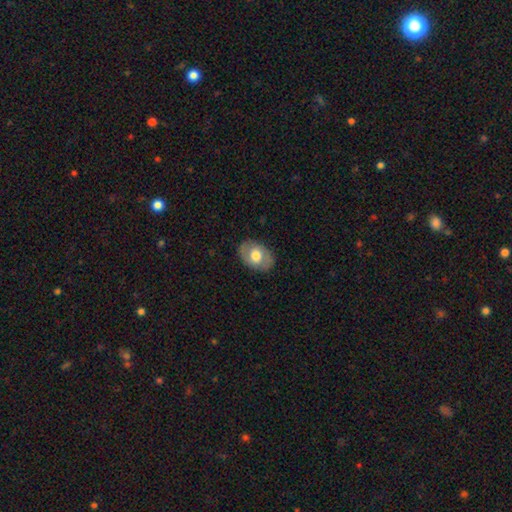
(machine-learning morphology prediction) Smooth or featured? smooth (61%)
How rounded? in between (80%)
Merging? none (83%)